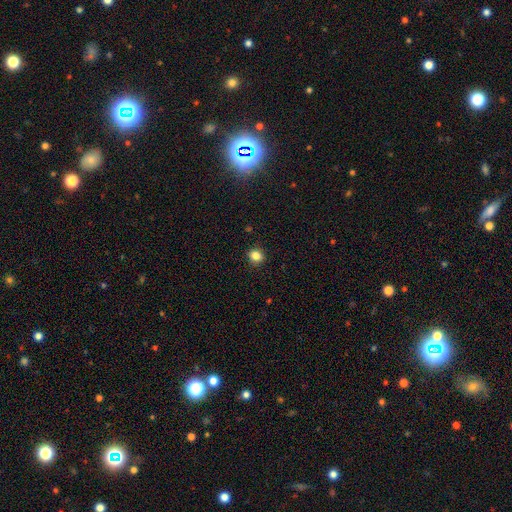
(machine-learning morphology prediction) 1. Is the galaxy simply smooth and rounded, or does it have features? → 83% smooth, 12% star or artifact, 5% featured or disk.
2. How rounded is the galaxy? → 70% round, 29% in between, 1% cigar-shaped.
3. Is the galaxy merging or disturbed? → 90% none, 7% minor disturbance, 2% major disturbance, 1% merger.